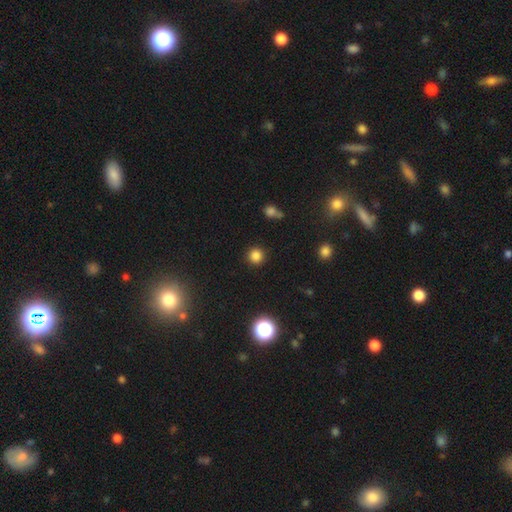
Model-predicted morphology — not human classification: This is clearly a smooth galaxy (82%). How rounded: clearly round (94%). Merging: clearly none (90%).